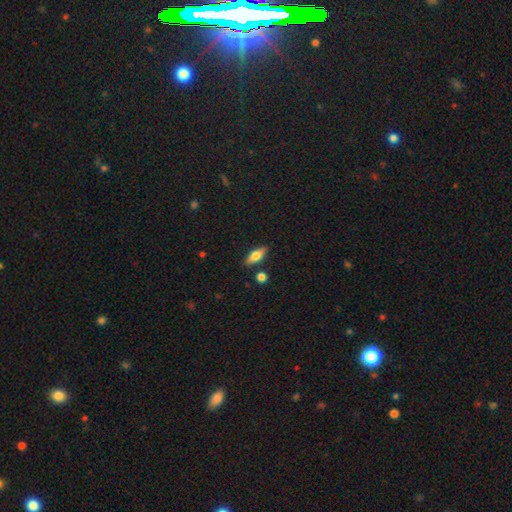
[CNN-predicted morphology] A smooth galaxy with no disk features (59%) that is in between round and cigar-shaped (64%). Merging: none (84%).